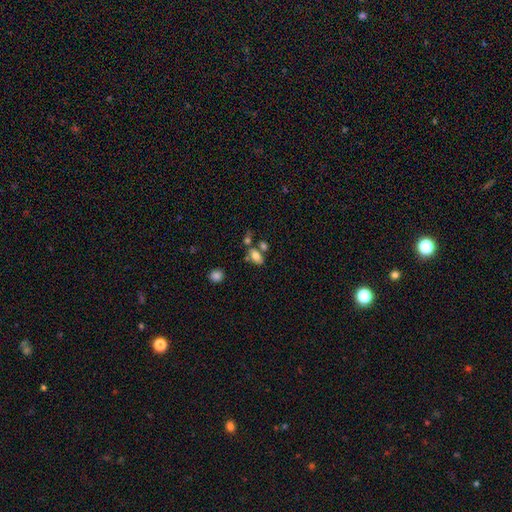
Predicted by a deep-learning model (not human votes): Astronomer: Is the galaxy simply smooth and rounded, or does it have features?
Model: smooth — 76%.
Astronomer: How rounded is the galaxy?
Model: in between — 88%.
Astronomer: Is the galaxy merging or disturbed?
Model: none — 54%.